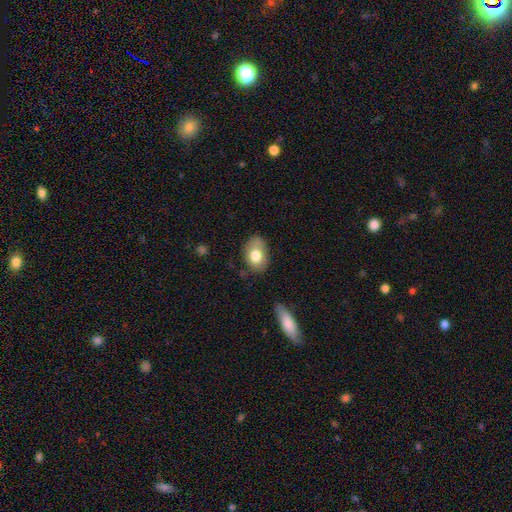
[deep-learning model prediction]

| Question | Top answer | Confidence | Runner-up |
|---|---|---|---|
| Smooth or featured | smooth | 77% | featured or disk (16%) |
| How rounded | in between | 80% | round (18%) |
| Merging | none | 68% | minor disturbance (24%) |